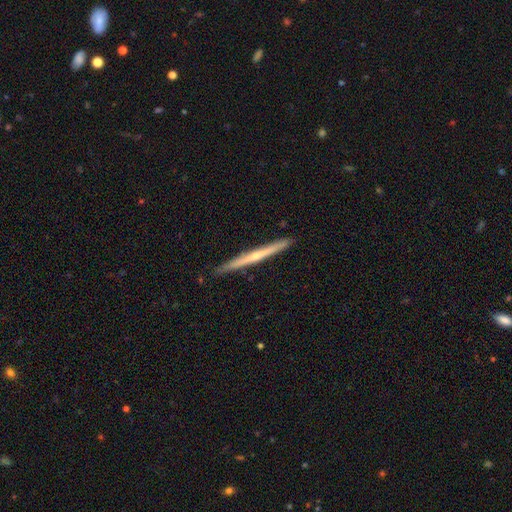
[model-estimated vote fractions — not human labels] A featured or disk galaxy (64%) viewed edge-on (98%) with a rounded central bulge (50%). Merging: none (91%).